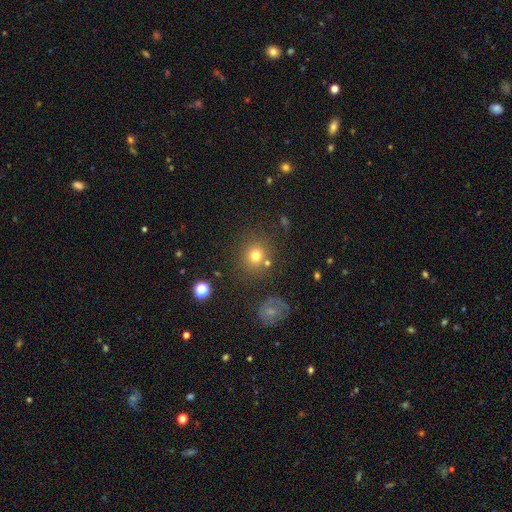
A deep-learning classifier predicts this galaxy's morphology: A smooth galaxy with no disk features (73%) that is round (86%). Merging: none (76%).